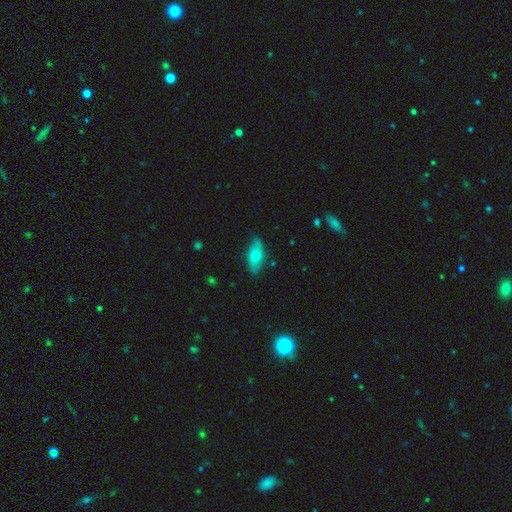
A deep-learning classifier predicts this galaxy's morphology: smooth_or_featured: smooth (p=0.62) [alt: featured or disk p=0.32]
how_rounded: in between (p=0.78) [alt: cigar-shaped p=0.18]
merging: none (p=0.82) [alt: minor disturbance p=0.14]